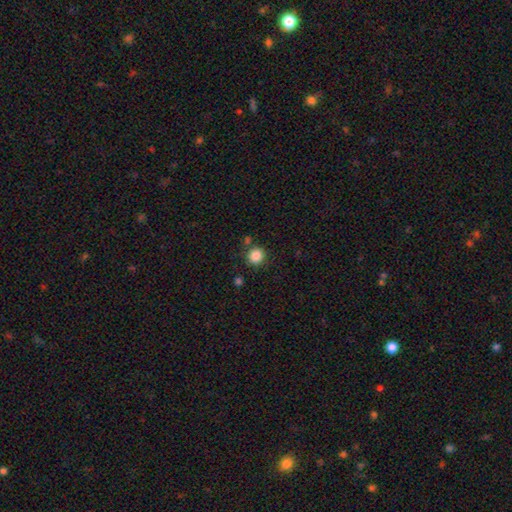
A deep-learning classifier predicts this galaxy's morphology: type=smooth (86%); roundness=round (90%); merging=none (81%).